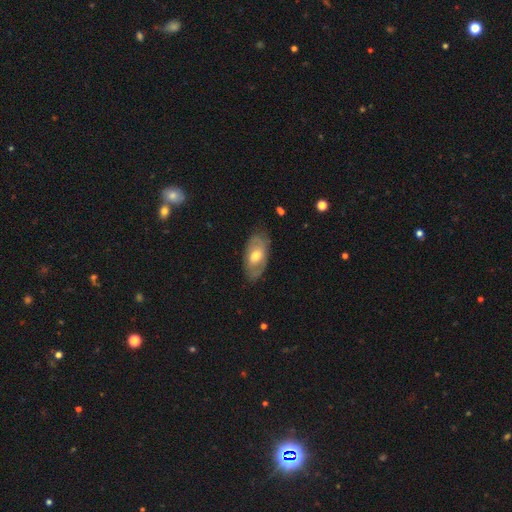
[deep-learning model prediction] This is possibly a featured or disk galaxy (49%). Merging: likely none (76%).